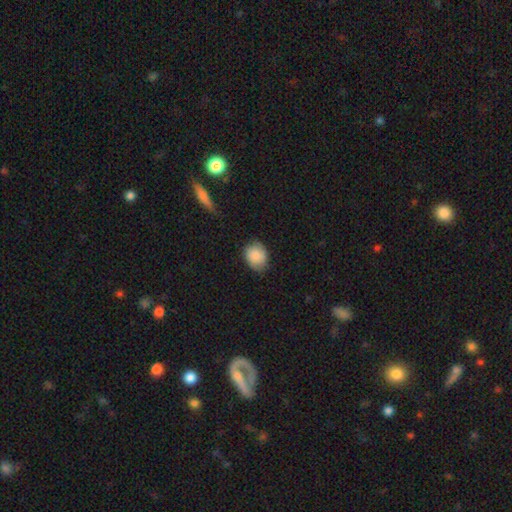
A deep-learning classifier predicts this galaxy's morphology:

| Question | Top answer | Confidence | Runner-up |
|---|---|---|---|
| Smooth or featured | smooth | 86% | star or artifact (7%) |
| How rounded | round | 53% | in between (46%) |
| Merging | none | 76% | minor disturbance (19%) |